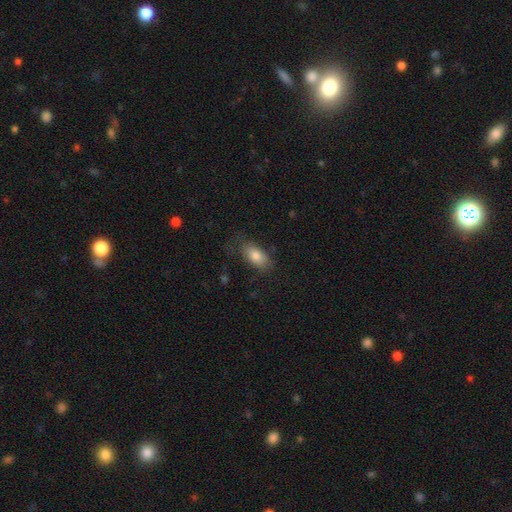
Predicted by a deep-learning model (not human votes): This appears to be a smooth galaxy with no disk features (81%) that is in between round and cigar-shaped (90%). Merging: none (71%).